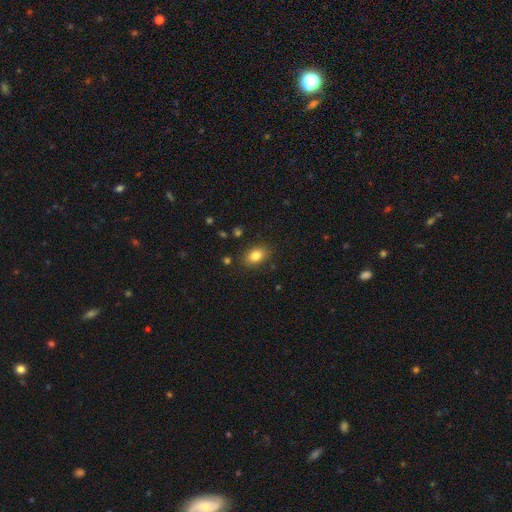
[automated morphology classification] smooth-or-featured: smooth: 83% | star or artifact: 9% | featured or disk: 8%
  how-rounded: in between: 84% | round: 15% | cigar-shaped: 2%
  merging: none: 85% | minor disturbance: 10% | major disturbance: 3% | merger: 2%